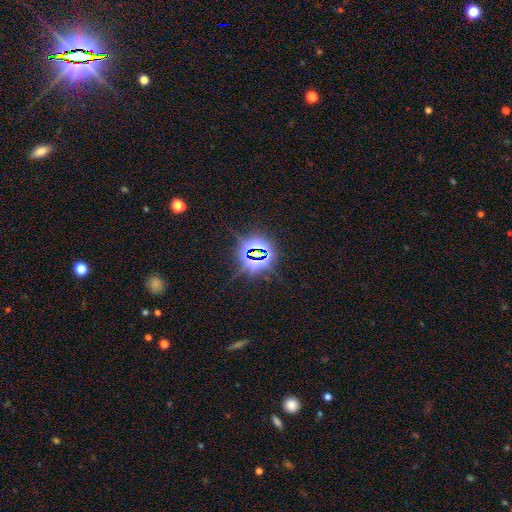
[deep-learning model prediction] Smooth or featured? star or artifact (82%)